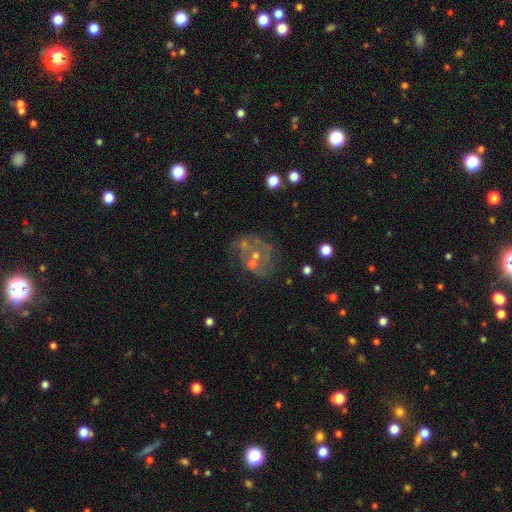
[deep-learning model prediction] The model was most divided on "spiral arms" (2-way tie): no: 50%, yes: 50%. Remaining: edge-on disk — no (98%); bar — no (82%); smooth or featured — featured or disk (60%); bulge size — small (55%); merging — none (41%).